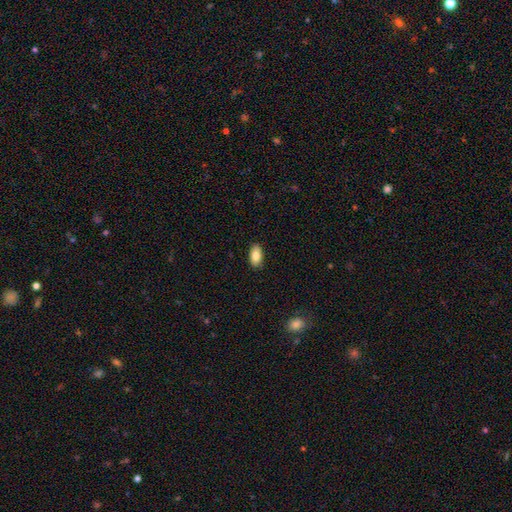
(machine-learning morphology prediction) type=smooth (85%); roundness=in between (93%); merging=none (88%).